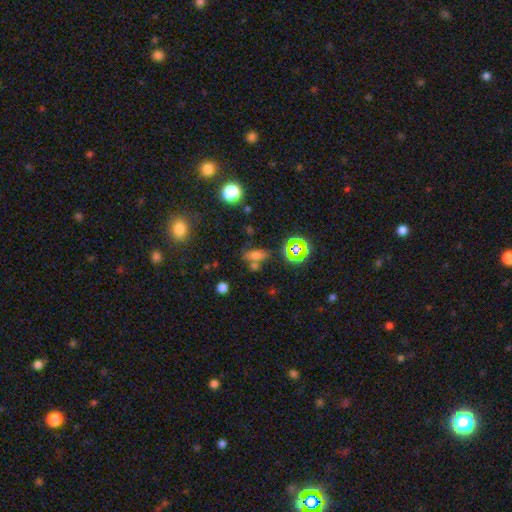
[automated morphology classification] Smooth or featured? smooth (62%)
How rounded? in between (72%)
Merging? none (57%)